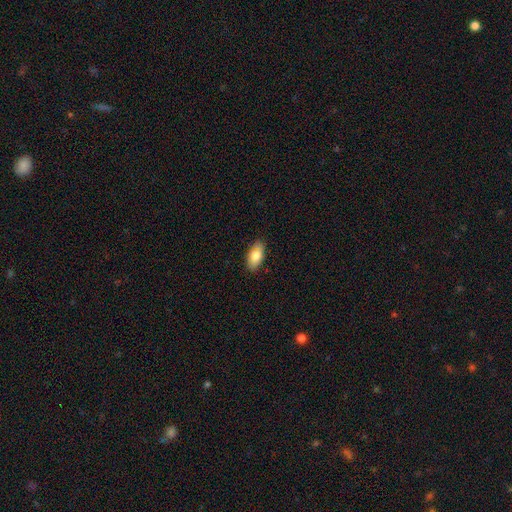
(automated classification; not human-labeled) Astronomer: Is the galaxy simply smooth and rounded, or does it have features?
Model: smooth — 83%.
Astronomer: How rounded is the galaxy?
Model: in between — 92%.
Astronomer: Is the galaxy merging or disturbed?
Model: none — 86%.